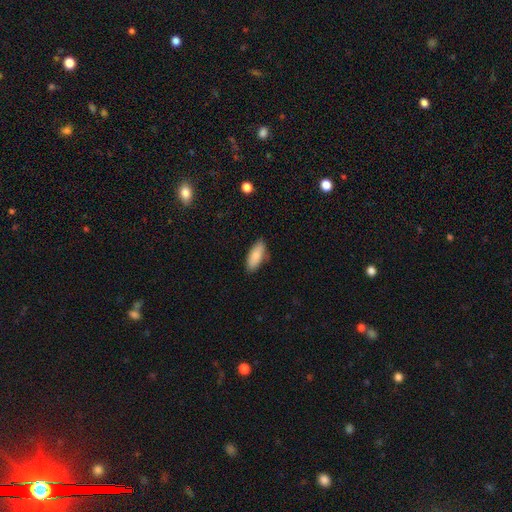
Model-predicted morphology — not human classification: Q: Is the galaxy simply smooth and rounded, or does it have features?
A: smooth — 86%.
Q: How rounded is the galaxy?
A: in between — 79%.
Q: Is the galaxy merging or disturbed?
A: none — 82%.